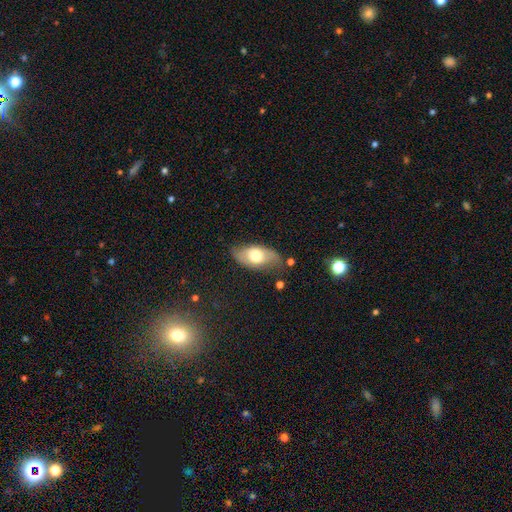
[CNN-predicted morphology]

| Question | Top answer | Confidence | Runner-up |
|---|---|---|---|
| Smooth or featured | smooth | 56% | featured or disk (38%) |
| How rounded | in between | 91% | round (5%) |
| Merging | none | 66% | minor disturbance (24%) |